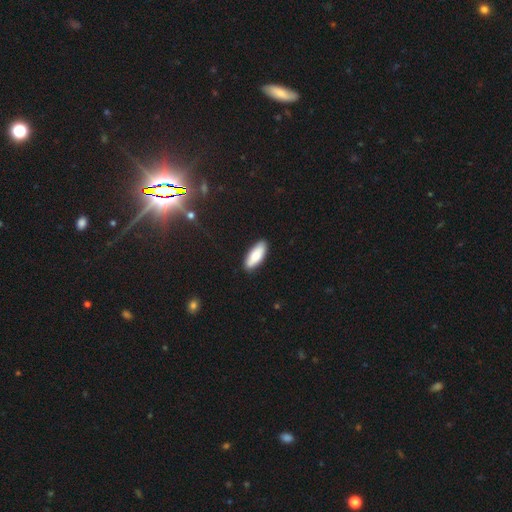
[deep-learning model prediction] Q: Smooth or featured?
A: smooth (82%); runner-up: featured or disk (13%)
Q: How rounded?
A: in between (74%); runner-up: cigar-shaped (24%)
Q: Merging?
A: none (88%); runner-up: minor disturbance (9%)